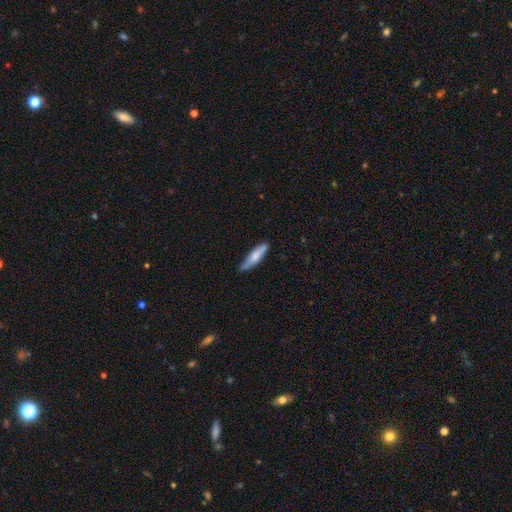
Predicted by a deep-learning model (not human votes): A smooth galaxy with no disk features (66%) that is cigar-shaped (75%).

Vote fractions:
- Smooth or featured? smooth: 66% / featured or disk: 28% / star or artifact: 5%
- How rounded? cigar-shaped: 75% / in between: 24% / round: 2%
- Merging? none: 74% / minor disturbance: 21% / major disturbance: 3% / merger: 2%